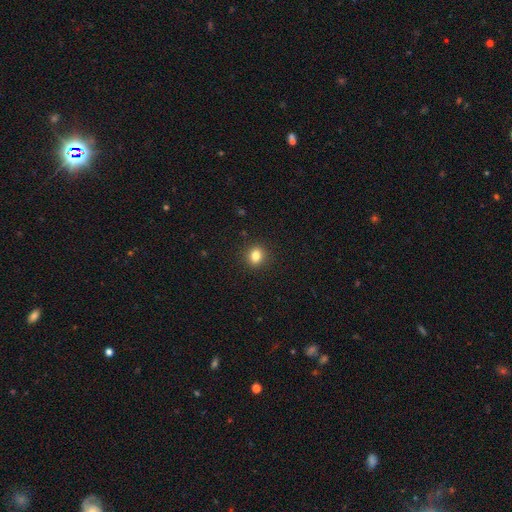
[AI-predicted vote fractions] smooth 82%, star or artifact 11%, featured or disk 6%. Down the decision tree: how rounded — round (66%); merging — none (91%).